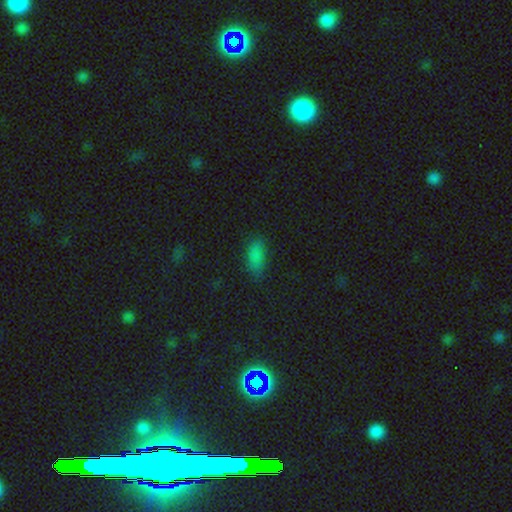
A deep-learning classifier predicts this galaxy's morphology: Q: Smooth or featured?
A: smooth (81%); runner-up: star or artifact (14%)
Q: How rounded?
A: in between (87%); runner-up: cigar-shaped (10%)
Q: Merging?
A: none (79%); runner-up: minor disturbance (16%)